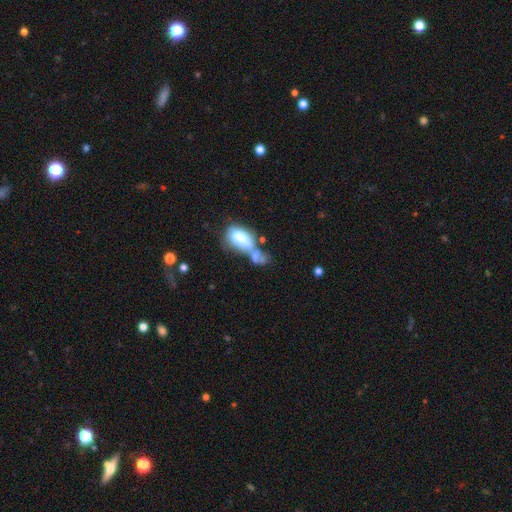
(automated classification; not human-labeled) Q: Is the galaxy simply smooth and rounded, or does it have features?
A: smooth — 65%.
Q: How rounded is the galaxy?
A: in between — 84%.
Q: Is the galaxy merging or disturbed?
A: merger — 54%.